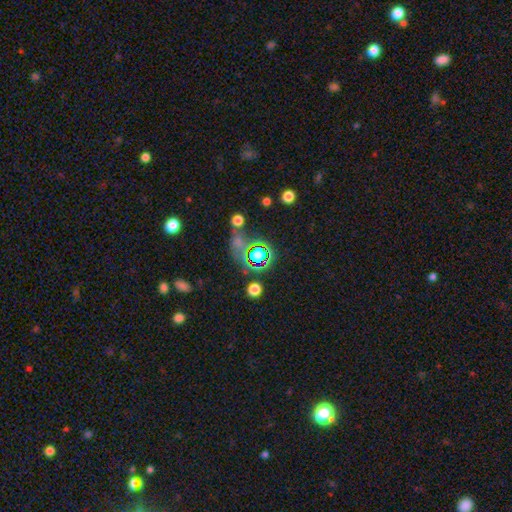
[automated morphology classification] The model was most divided on "smooth or featured": star or artifact: 64%, smooth: 24%, featured or disk: 12%.